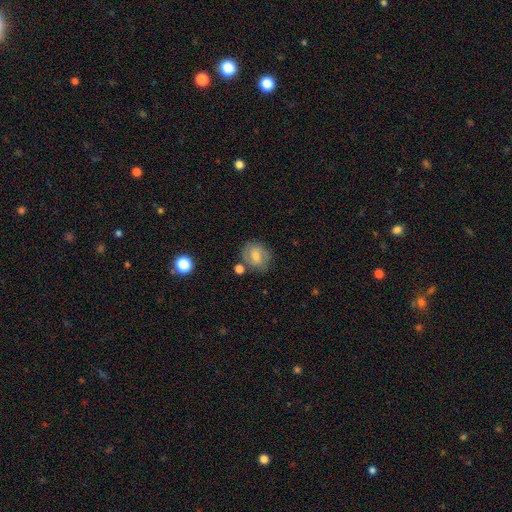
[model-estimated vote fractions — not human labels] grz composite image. It shows a smooth galaxy with no disk features (53%) that is round (65%). Merging: none (73%).